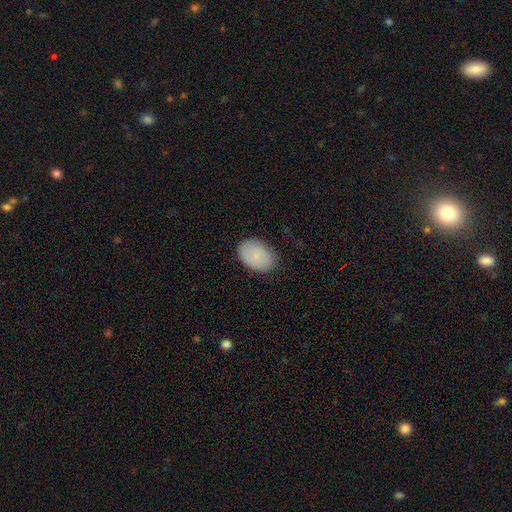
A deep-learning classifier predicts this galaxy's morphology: This appears to be a smooth galaxy with no disk features (84%) that is in between round and cigar-shaped (83%). Merging: none (82%).